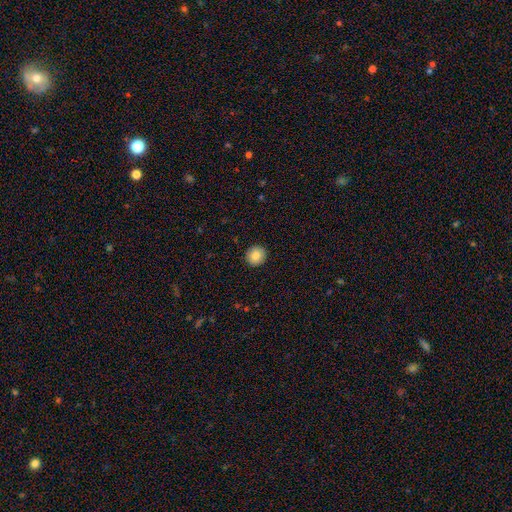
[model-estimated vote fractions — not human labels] Q: Smooth or featured?
A: smooth (85%); runner-up: star or artifact (8%)
Q: How rounded?
A: round (92%); runner-up: in between (7%)
Q: Merging?
A: none (92%); runner-up: minor disturbance (6%)